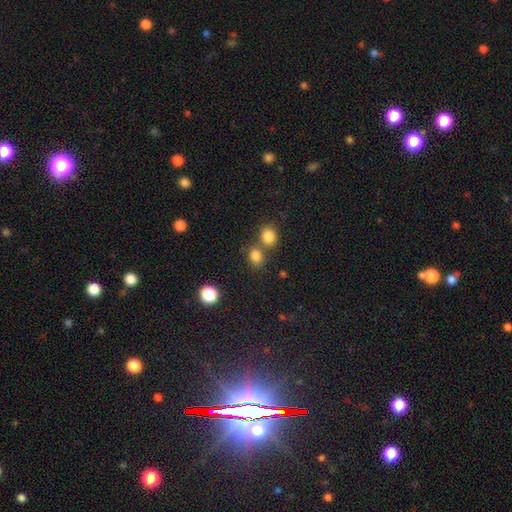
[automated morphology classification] Smooth or featured?
  - smooth: 81% *
  - star or artifact: 13%
  - featured or disk: 6%
How rounded?
  - round: 63% *
  - in between: 36%
  - cigar-shaped: 1%
Merging?
  - none: 55% *
  - merger: 33%
  - minor disturbance: 9%
  - major disturbance: 3%